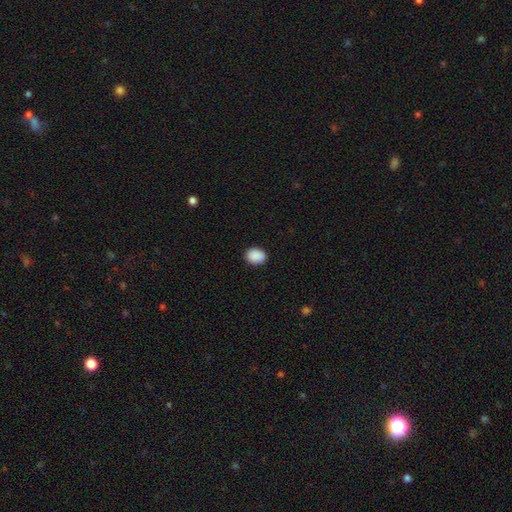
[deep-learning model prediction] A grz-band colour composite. It shows a smooth galaxy with no disk features (90%) that is in between round and cigar-shaped (65%). Merging: none (89%).